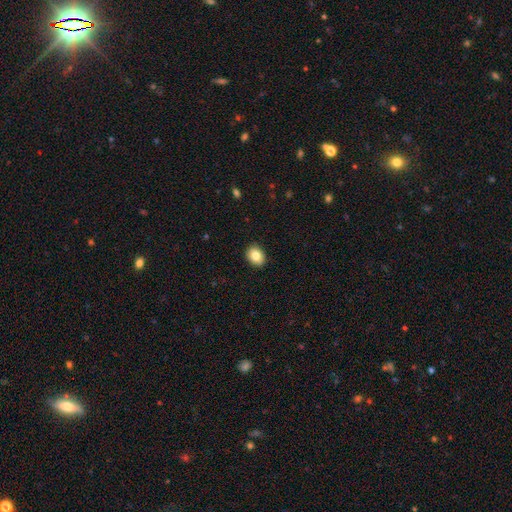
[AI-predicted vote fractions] Q: Smooth or featured?
A: smooth (83%); runner-up: featured or disk (9%)
Q: How rounded?
A: in between (53%); runner-up: round (47%)
Q: Merging?
A: none (91%); runner-up: minor disturbance (7%)